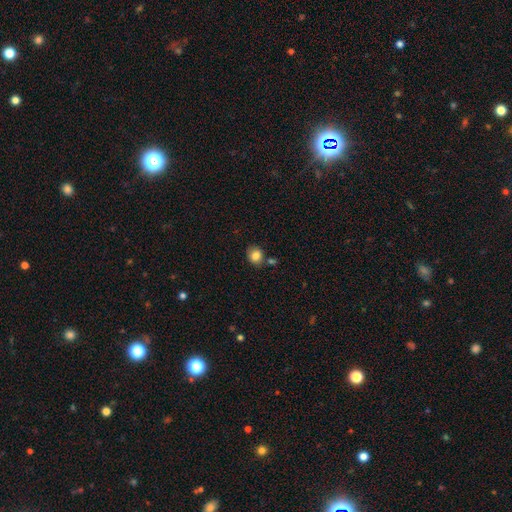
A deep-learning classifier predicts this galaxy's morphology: A smooth galaxy with no disk features (83%) that is round (69%). Merging: none (73%).